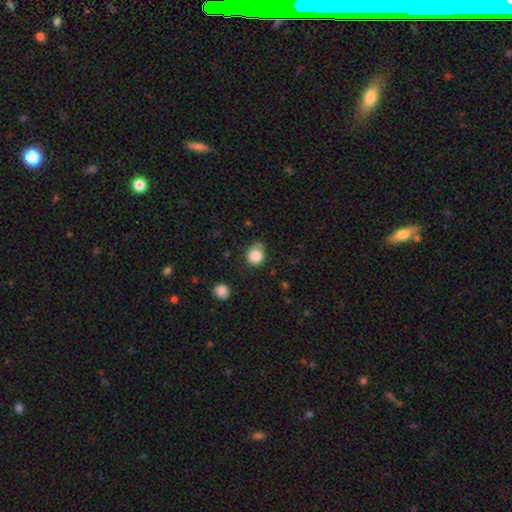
smooth-or-featured: smooth: 95% | star or artifact: 5% | featured or disk: 0%
  how-rounded: round: 78% | in between: 22% | cigar-shaped: 0%
  merging: none: 51% | minor disturbance: 35% | major disturbance: 8% | merger: 5%